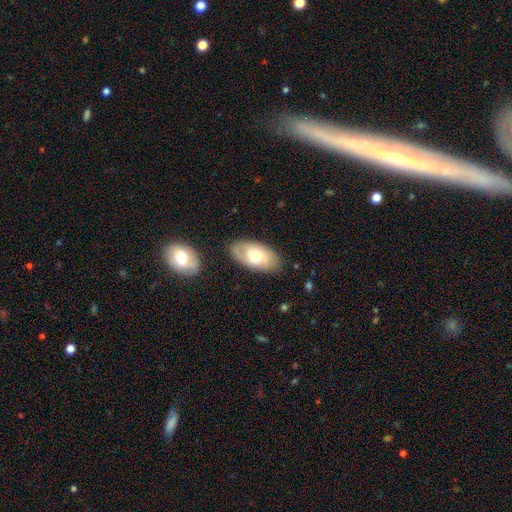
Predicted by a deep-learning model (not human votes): This is possibly a smooth galaxy (54%). How rounded: clearly in between (93%). Merging: likely none (78%).